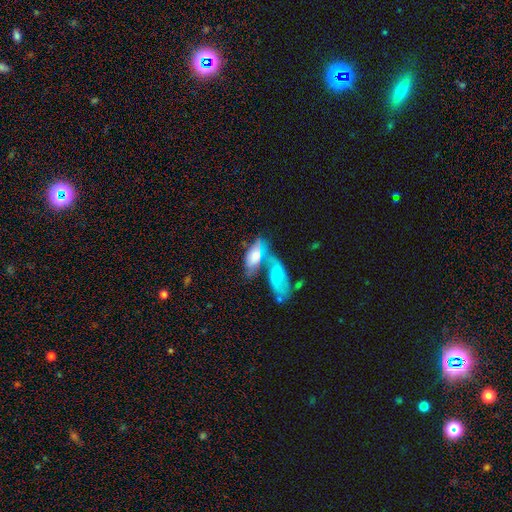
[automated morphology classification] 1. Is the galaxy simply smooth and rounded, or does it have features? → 59% smooth, 33% featured or disk, 8% star or artifact.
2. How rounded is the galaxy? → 86% in between, 11% cigar-shaped, 3% round.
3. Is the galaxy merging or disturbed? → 62% merger, 20% none, 10% minor disturbance, 8% major disturbance.